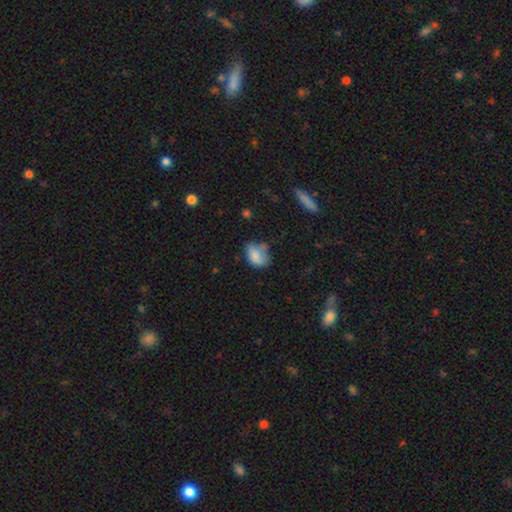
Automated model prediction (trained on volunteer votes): This appears to be a smooth galaxy with no disk features (78%) that is in between round and cigar-shaped (73%). Merging: none (45%).